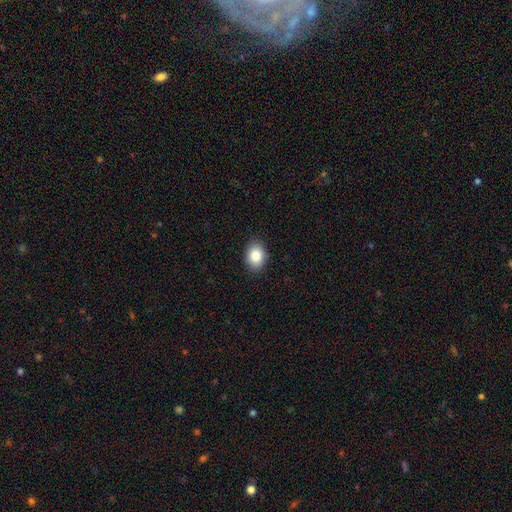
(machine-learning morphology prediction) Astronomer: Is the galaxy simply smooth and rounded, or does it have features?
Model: smooth — 85%.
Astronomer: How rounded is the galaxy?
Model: in between — 69%.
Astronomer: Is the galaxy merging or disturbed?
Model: none — 88%.